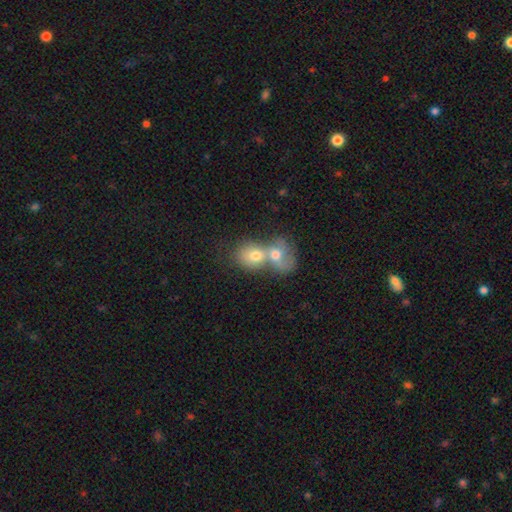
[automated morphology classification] A smooth galaxy with no disk features (65%) that is round (52%).

Vote fractions:
- Smooth or featured? smooth: 65% / featured or disk: 26% / star or artifact: 9%
- How rounded? round: 52% / in between: 46% / cigar-shaped: 1%
- Merging? merger: 78% / none: 13% / minor disturbance: 5% / major disturbance: 4%